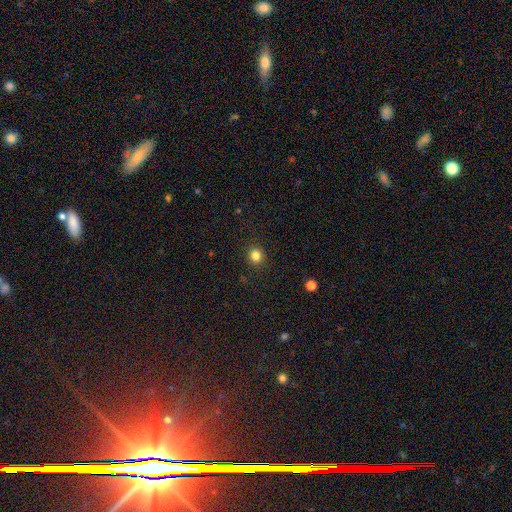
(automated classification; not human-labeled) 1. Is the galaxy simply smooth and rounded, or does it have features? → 82% smooth, 13% star or artifact, 5% featured or disk.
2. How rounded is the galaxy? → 89% round, 10% in between, 1% cigar-shaped.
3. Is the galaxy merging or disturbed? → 91% none, 6% minor disturbance, 2% major disturbance, 1% merger.